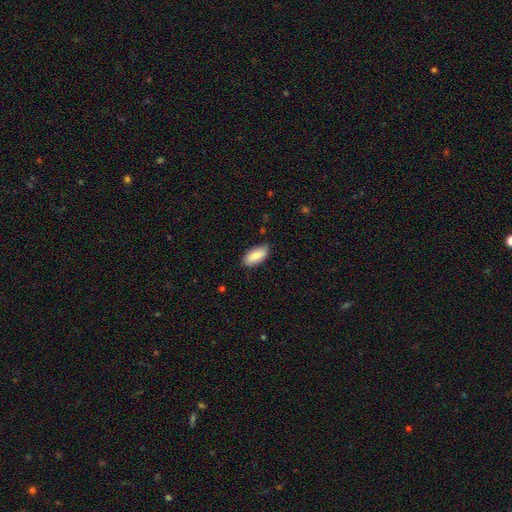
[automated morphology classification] smooth_or_featured: smooth (p=0.85) [alt: featured or disk p=0.09]
how_rounded: in between (p=0.90) [alt: cigar-shaped p=0.08]
merging: none (p=0.85) [alt: minor disturbance p=0.12]